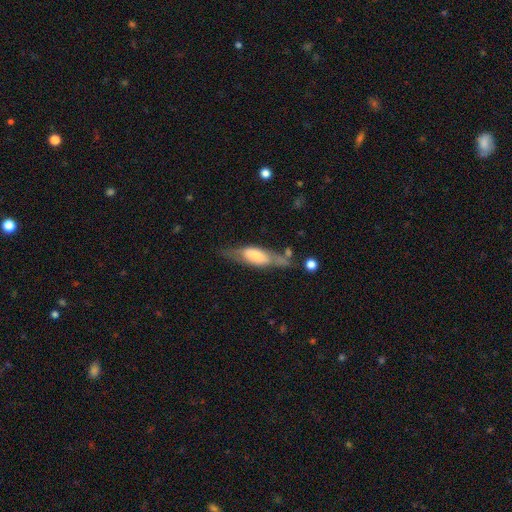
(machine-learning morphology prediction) Smooth or featured? Predicted: featured or disk (p=0.48). Merging? Predicted: none (p=0.52).